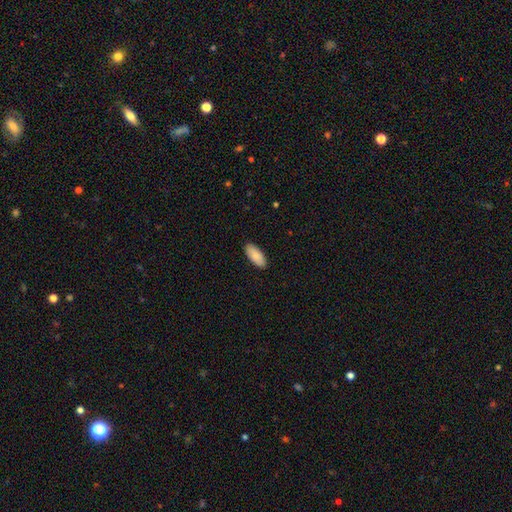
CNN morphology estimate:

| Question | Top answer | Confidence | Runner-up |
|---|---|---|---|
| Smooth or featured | smooth | 87% | featured or disk (7%) |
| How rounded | in between | 86% | cigar-shaped (12%) |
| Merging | none | 90% | minor disturbance (7%) |